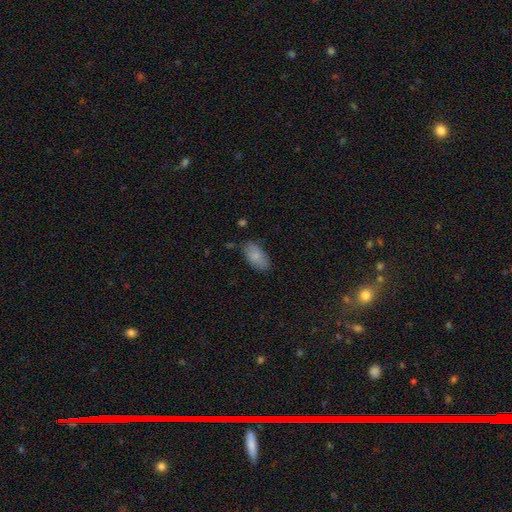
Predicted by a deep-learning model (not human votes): smooth_or_featured: smooth (p=0.83) [alt: featured or disk p=0.10]
how_rounded: in between (p=0.93) [alt: cigar-shaped p=0.03]
merging: none (p=0.77) [alt: minor disturbance p=0.18]